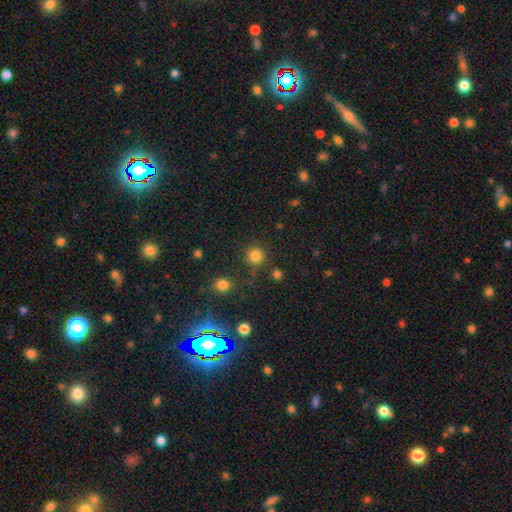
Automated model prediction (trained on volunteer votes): Smooth or featured: smooth — 82% (star or artifact — 14%)
How rounded: round — 93% (in between — 6%)
Merging: none — 83% (minor disturbance — 8%)